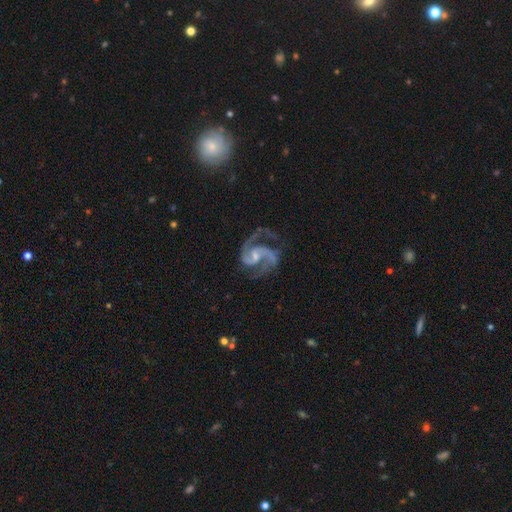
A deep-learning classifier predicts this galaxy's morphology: Overall: featured or disk (93%). Edge-on disk: no (98%). Bar: weak (43%, tied with no). Spiral arms: yes (98%). Spiral arm count: 2 (89%). Spiral winding: medium (65%). Bulge size: small (54%; moderate 34%). Merging: none (65%).